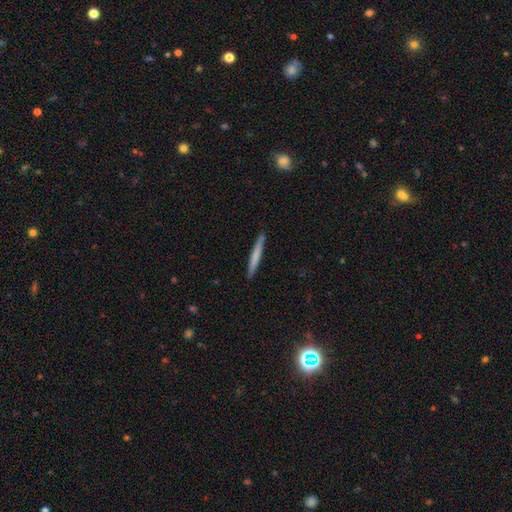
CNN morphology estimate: This appears to be a smooth galaxy with no disk features (66%) that is cigar-shaped (97%). Merging: none (90%).